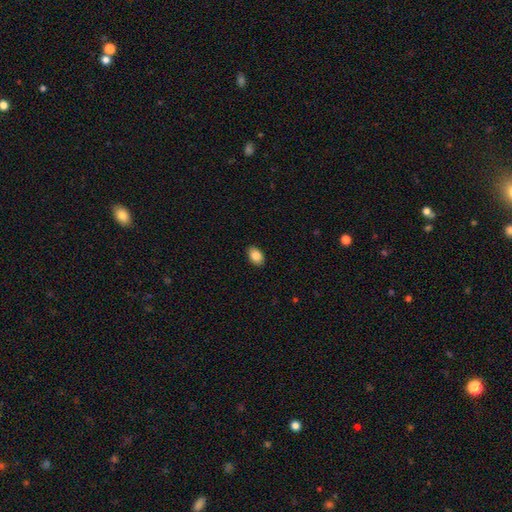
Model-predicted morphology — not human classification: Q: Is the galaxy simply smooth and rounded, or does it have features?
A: smooth — 87%.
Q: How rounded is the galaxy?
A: in between — 85%.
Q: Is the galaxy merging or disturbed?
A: none — 89%.